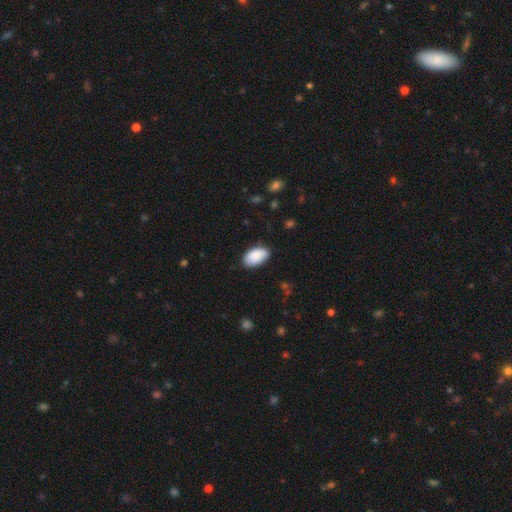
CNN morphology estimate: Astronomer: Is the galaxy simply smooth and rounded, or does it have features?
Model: smooth — 87%.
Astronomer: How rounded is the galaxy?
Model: in between — 95%.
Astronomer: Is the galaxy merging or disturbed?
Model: none — 80%.